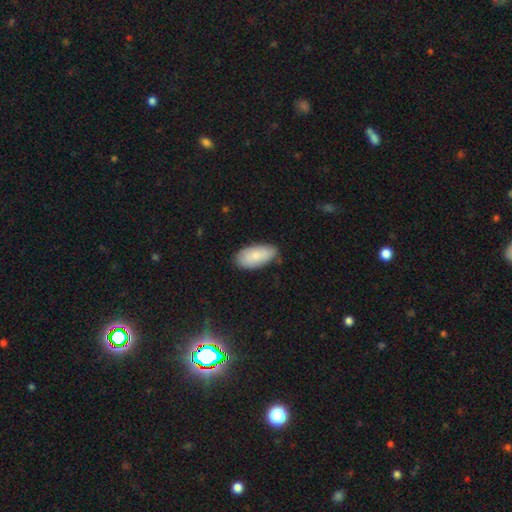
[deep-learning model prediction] This is clearly a smooth galaxy (80%). How rounded: clearly in between (93%). Merging: likely none (78%).